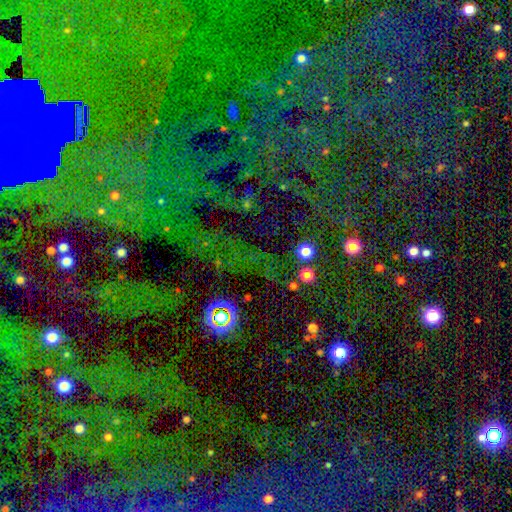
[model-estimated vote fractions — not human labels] Smooth or featured? star or artifact (78%)